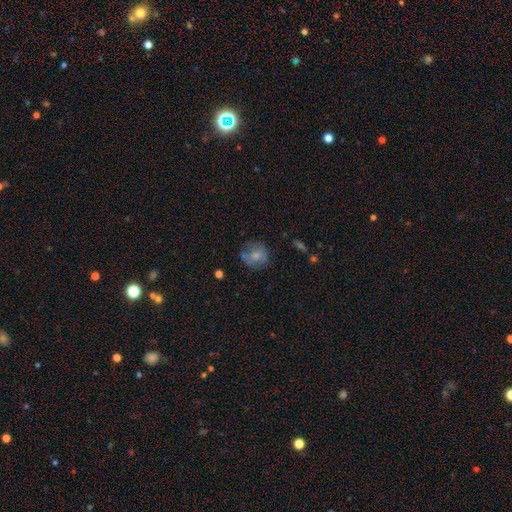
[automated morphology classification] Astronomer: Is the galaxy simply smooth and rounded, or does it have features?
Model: smooth — 70%.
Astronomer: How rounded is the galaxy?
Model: round — 82%.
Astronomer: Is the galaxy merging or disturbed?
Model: none — 65%.